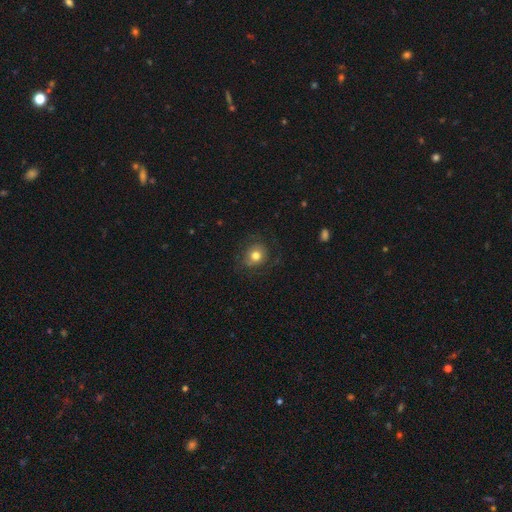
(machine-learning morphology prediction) smooth-or-featured: smooth: 69% | featured or disk: 20% | star or artifact: 11%
  how-rounded: round: 81% | in between: 18% | cigar-shaped: 1%
  merging: none: 75% | minor disturbance: 15% | major disturbance: 9% | merger: 1%